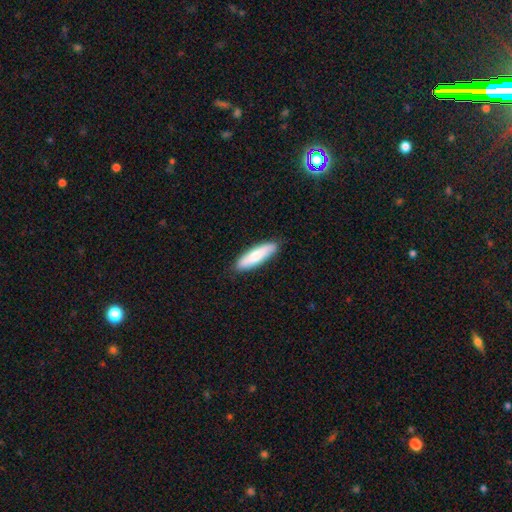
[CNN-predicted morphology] Smooth or featured? smooth (76%)
How rounded? cigar-shaped (63%)
Merging? none (87%)